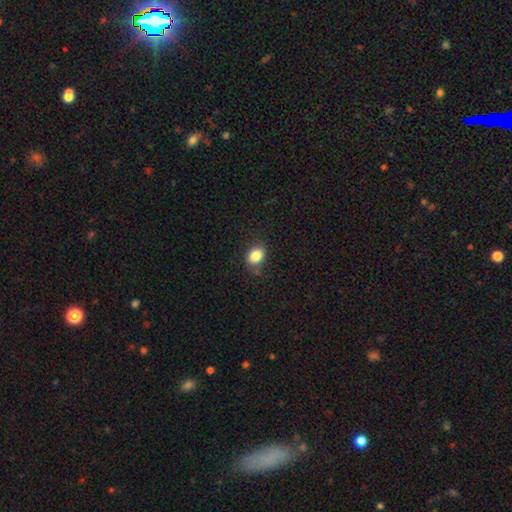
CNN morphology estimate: smooth-or-featured: smooth: 84% | star or artifact: 10% | featured or disk: 6%
  how-rounded: in between: 67% | round: 32% | cigar-shaped: 1%
  merging: none: 79% | minor disturbance: 16% | major disturbance: 4% | merger: 2%